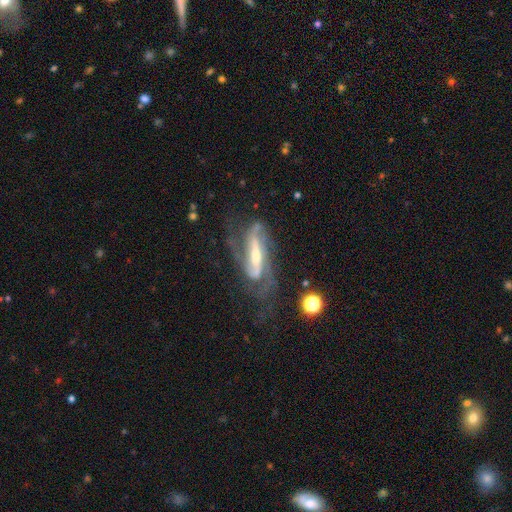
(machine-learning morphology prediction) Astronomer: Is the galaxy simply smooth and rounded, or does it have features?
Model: featured or disk — 88%.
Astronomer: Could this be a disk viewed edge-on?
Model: no — 88%.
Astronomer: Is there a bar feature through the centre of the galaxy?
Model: strong — 57%.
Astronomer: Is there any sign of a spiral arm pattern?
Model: yes — 96%.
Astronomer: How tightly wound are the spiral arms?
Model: medium — 50% (runner-up: tight, 29%).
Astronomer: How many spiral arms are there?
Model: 2 — 78%.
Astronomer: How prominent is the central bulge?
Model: moderate — 47% (runner-up: small, 37%).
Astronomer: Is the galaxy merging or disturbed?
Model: none — 60%.